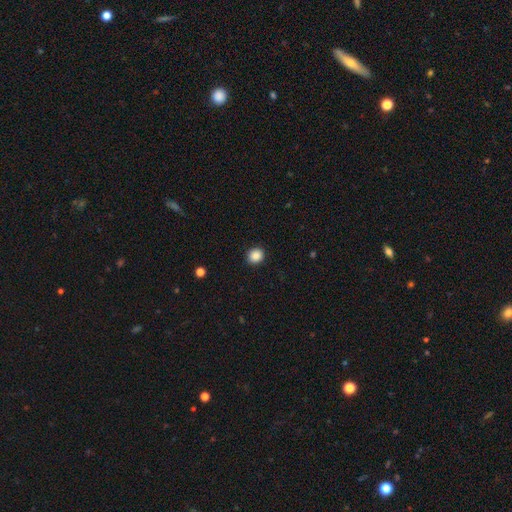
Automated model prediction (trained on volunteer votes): smooth 87%, star or artifact 10%, featured or disk 3%. Down the decision tree: how rounded — round (83%); merging — none (91%).